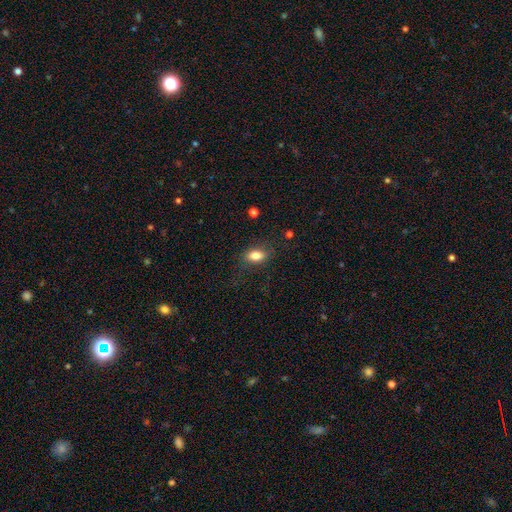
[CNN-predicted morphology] smooth-or-featured: smooth: 83% | star or artifact: 8% | featured or disk: 8%
  how-rounded: in between: 86% | round: 10% | cigar-shaped: 4%
  merging: none: 78% | minor disturbance: 15% | major disturbance: 6% | merger: 1%